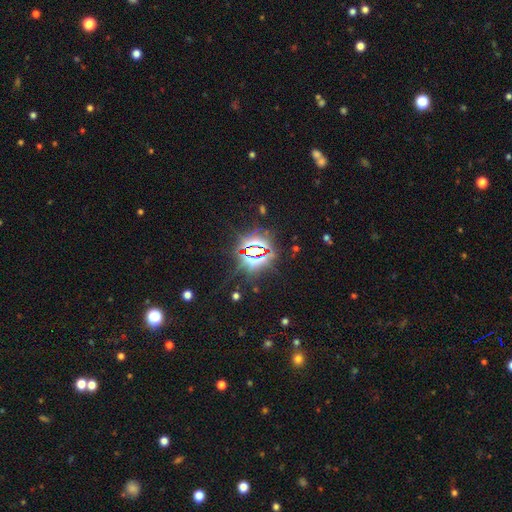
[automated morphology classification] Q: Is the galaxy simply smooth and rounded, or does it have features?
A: star or artifact — 83%.